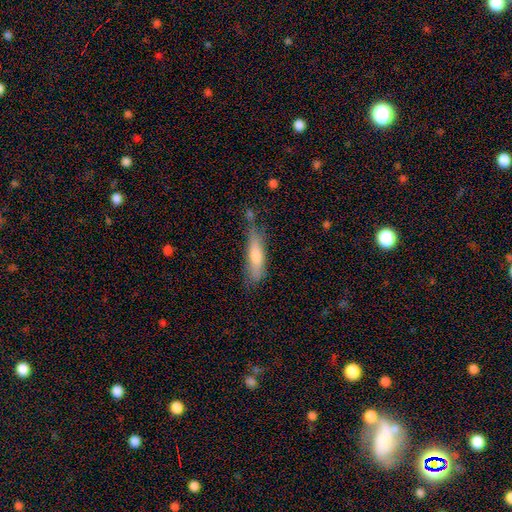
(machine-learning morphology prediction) type=smooth (68%); roundness=cigar-shaped (69%); merging=none (60%).